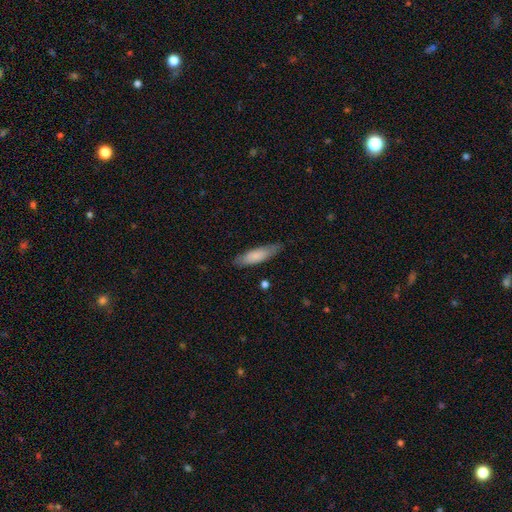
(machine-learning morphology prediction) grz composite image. It shows a smooth galaxy with no disk features (78%) that is cigar-shaped (58%). Merging: none (79%).